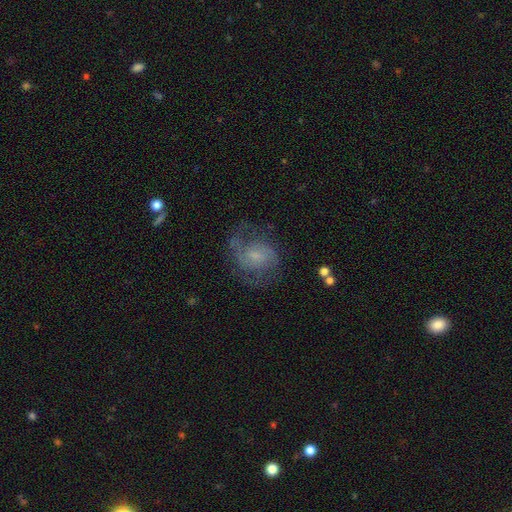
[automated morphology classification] Smooth or featured?
  - featured or disk: 70% *
  - smooth: 21%
  - star or artifact: 9%
Edge-on disk?
  - no: 98% *
  - yes: 2%
Bar?
  - no: 58% *
  - weak: 36%
  - strong: 6%
Spiral arms?
  - yes: 88% *
  - no: 12%
Spiral winding?
  - medium: 49% *
  - tight: 27%
  - loose: 23%
Spiral arm count?
  - 2: 64% *
  - can't tell: 18%
  - 1: 7%
  - 3: 6%
  - 4: 2%
  - more than 4: 2%
Bulge size?
  - small: 54% *
  - moderate: 22%
  - none: 19%
  - large: 4%
  - dominant: 1%
Merging?
  - none: 61% *
  - minor disturbance: 19%
  - major disturbance: 19%
  - merger: 2%